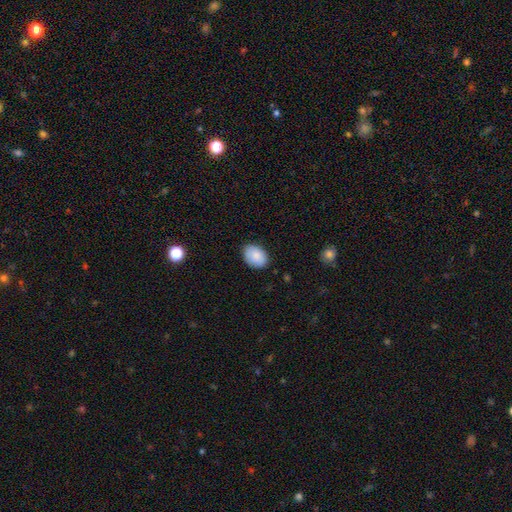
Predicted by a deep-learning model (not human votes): Smooth or featured?
  - smooth: 87% *
  - star or artifact: 7%
  - featured or disk: 6%
How rounded?
  - in between: 77% *
  - round: 22%
  - cigar-shaped: 1%
Merging?
  - none: 83% *
  - minor disturbance: 14%
  - major disturbance: 2%
  - merger: 1%